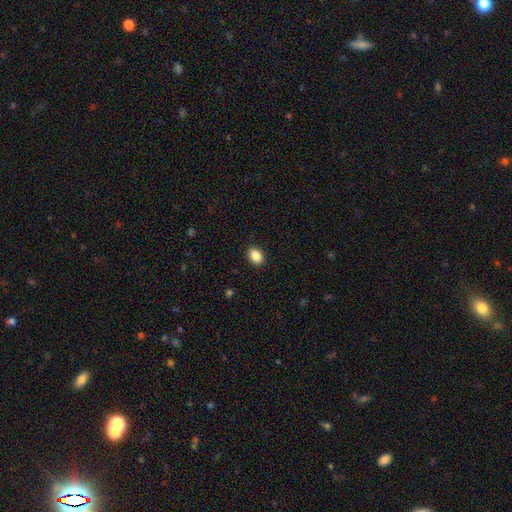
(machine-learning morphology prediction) Q: Smooth or featured?
A: smooth (87%); runner-up: star or artifact (9%)
Q: How rounded?
A: in between (77%); runner-up: round (22%)
Q: Merging?
A: none (90%); runner-up: minor disturbance (7%)